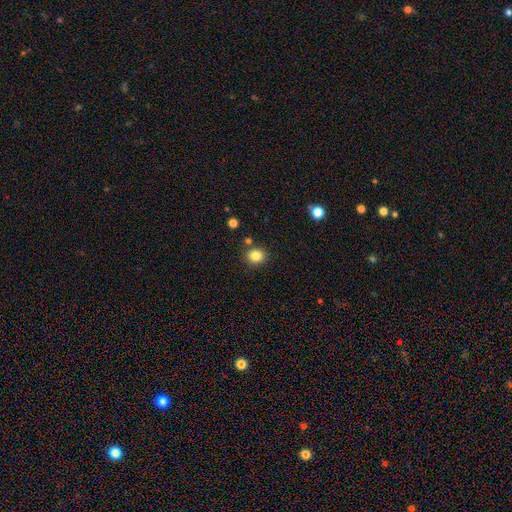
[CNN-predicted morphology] Smooth or featured: smooth — 83% (star or artifact — 11%)
How rounded: round — 78% (in between — 21%)
Merging: none — 81% (minor disturbance — 9%)